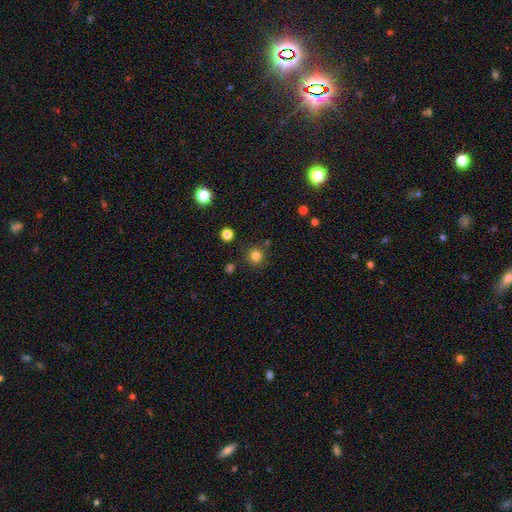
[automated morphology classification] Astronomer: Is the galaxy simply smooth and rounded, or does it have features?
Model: smooth — 81%.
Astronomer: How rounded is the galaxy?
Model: round — 93%.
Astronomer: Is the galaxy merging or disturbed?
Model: none — 85%.